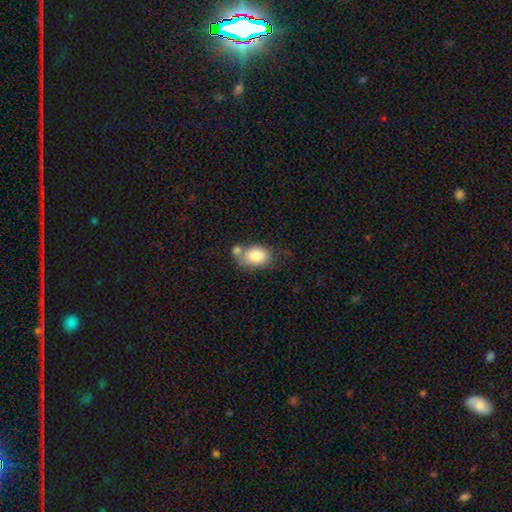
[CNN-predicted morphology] This appears to be a smooth galaxy with no disk features (82%) that is in between round and cigar-shaped (76%). Merging: none (41%).